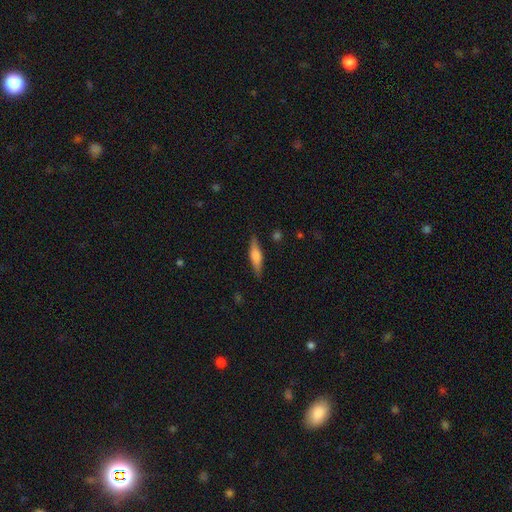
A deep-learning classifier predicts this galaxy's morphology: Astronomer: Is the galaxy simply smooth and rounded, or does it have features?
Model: smooth — 49% (runner-up: featured or disk, 44%).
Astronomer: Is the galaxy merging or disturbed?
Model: none — 87%.